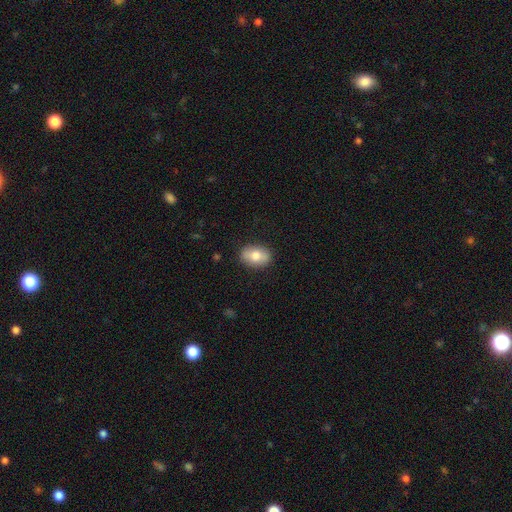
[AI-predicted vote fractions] Smooth or featured? smooth (73%)
How rounded? in between (81%)
Merging? none (87%)